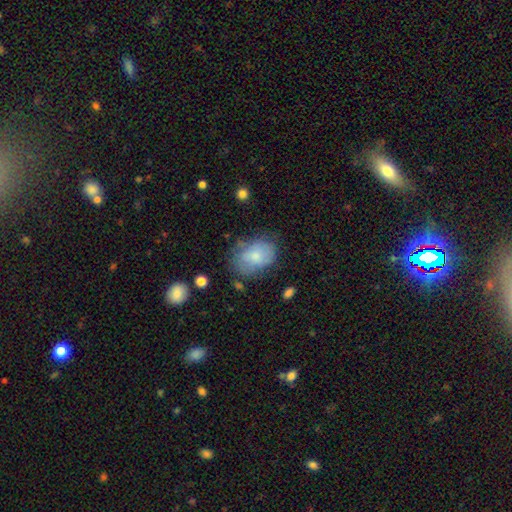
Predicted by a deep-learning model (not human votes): This is likely a smooth galaxy (71%). How rounded: likely in between (77%). Merging: possibly none (57%).